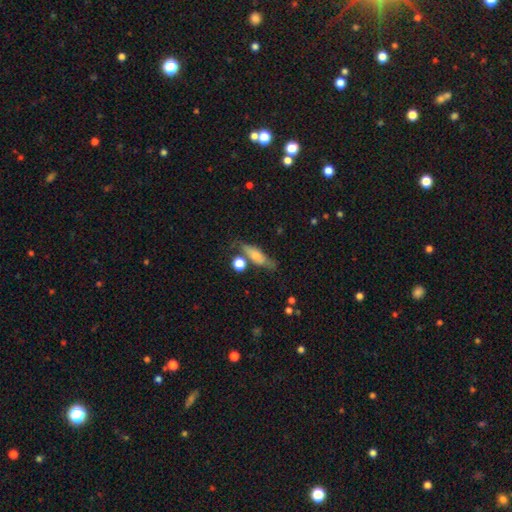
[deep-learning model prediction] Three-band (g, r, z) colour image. It shows a smooth galaxy with no disk features (66%) that is in between round and cigar-shaped (49%). Merging: none (56%).